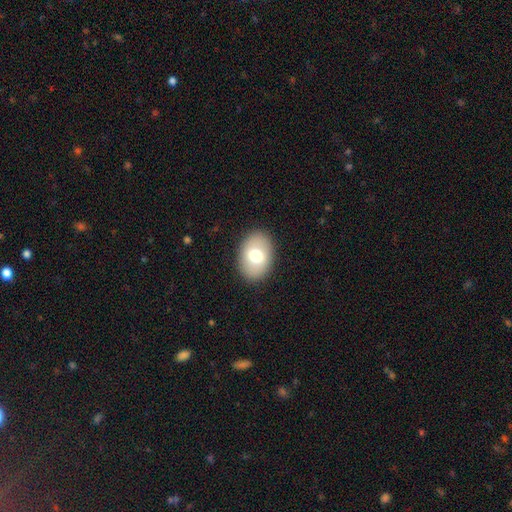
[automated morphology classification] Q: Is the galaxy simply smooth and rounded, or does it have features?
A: smooth — 72%.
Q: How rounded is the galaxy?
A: in between — 79%.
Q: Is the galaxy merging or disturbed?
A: none — 89%.